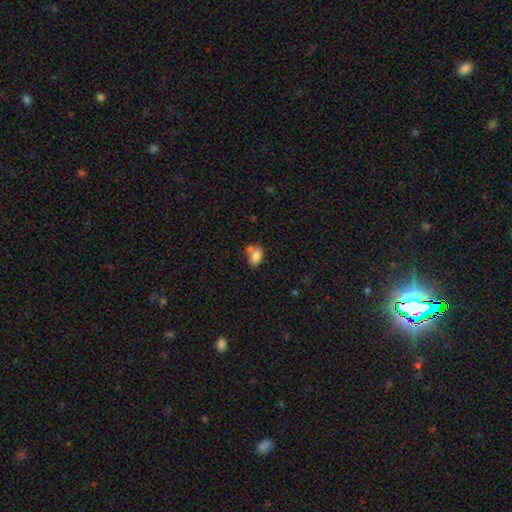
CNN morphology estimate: Smooth or featured? Predicted: smooth (p=0.80). How rounded? Predicted: in between (p=0.84). Merging? Predicted: none (p=0.40).